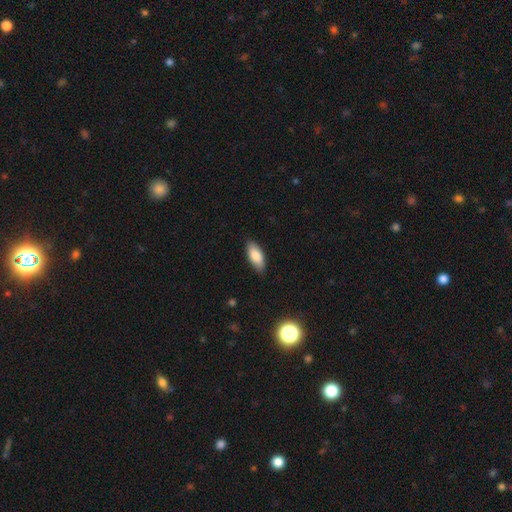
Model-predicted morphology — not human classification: Smooth or featured?
  - smooth: 84% *
  - featured or disk: 10%
  - star or artifact: 7%
How rounded?
  - in between: 85% *
  - cigar-shaped: 13%
  - round: 2%
Merging?
  - none: 85% *
  - minor disturbance: 12%
  - major disturbance: 2%
  - merger: 1%